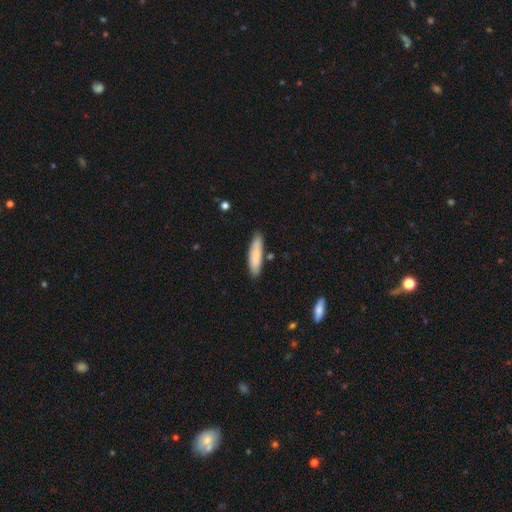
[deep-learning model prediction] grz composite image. It shows a smooth galaxy with no disk features (82%) that is cigar-shaped (75%). Merging: none (83%).